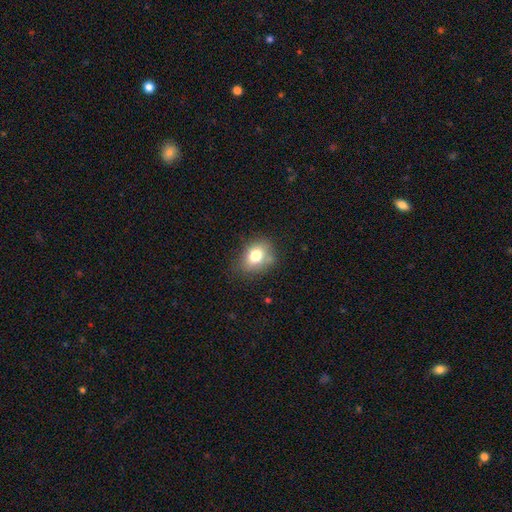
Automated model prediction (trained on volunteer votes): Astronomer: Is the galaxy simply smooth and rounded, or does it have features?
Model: smooth — 77%.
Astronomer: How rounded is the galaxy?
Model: in between — 59% (runner-up: round, 40%).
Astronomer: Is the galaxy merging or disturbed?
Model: none — 69%.